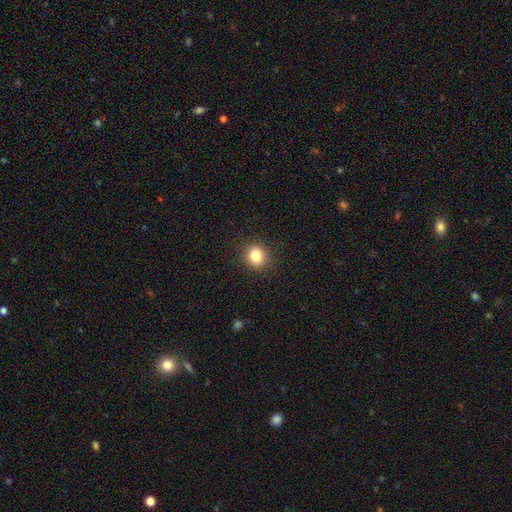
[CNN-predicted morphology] A smooth galaxy with no disk features (83%) that is round (79%). Merging: none (89%).